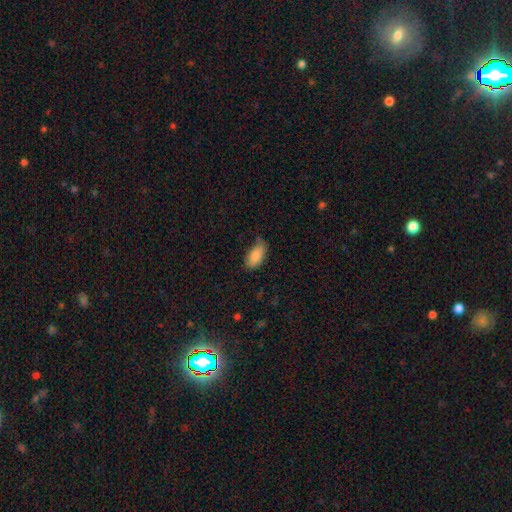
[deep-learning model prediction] This is clearly a smooth galaxy (86%). How rounded: clearly in between (93%). Merging: likely none (61%).